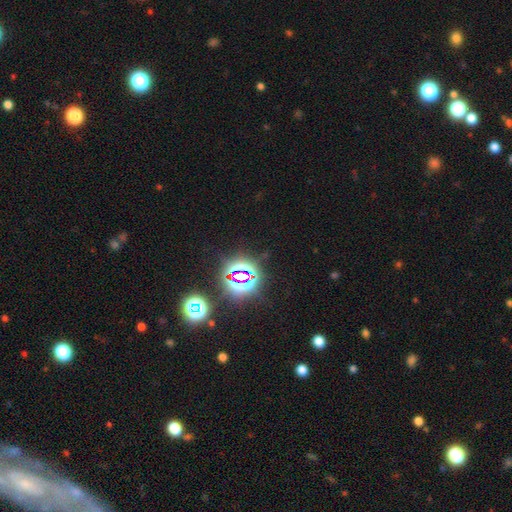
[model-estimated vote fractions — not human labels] Smooth or featured? Predicted: star or artifact (p=0.76).